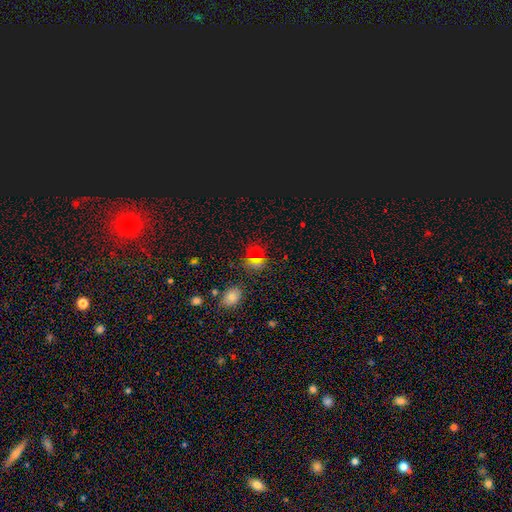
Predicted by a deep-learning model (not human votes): Overall: smooth (57%; star or artifact 36%). How rounded: round (74%). Merging: none (80%).